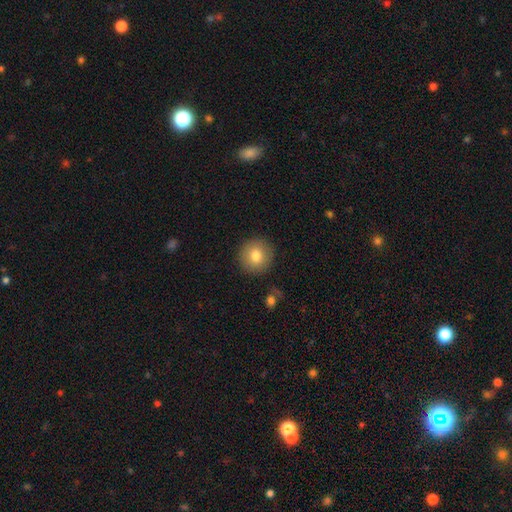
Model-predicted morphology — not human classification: Q: Smooth or featured?
A: smooth (79%); runner-up: featured or disk (12%)
Q: How rounded?
A: round (93%); runner-up: in between (6%)
Q: Merging?
A: none (90%); runner-up: minor disturbance (7%)